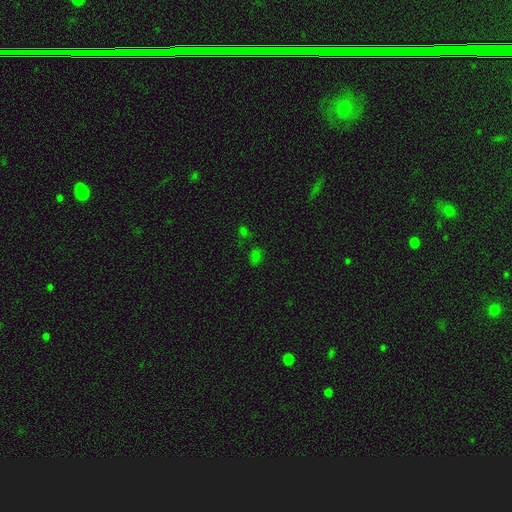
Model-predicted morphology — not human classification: Overall: smooth (60%; star or artifact 34%). How rounded: in between (70%). Merging: none (67%).